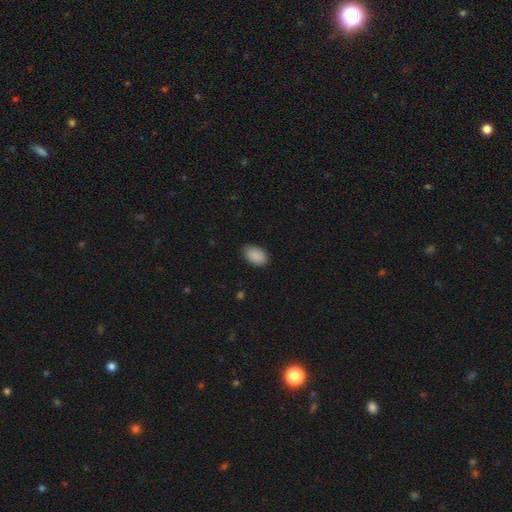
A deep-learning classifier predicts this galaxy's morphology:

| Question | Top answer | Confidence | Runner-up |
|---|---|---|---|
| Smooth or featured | smooth | 90% | star or artifact (7%) |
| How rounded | in between | 91% | round (8%) |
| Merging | none | 86% | minor disturbance (11%) |